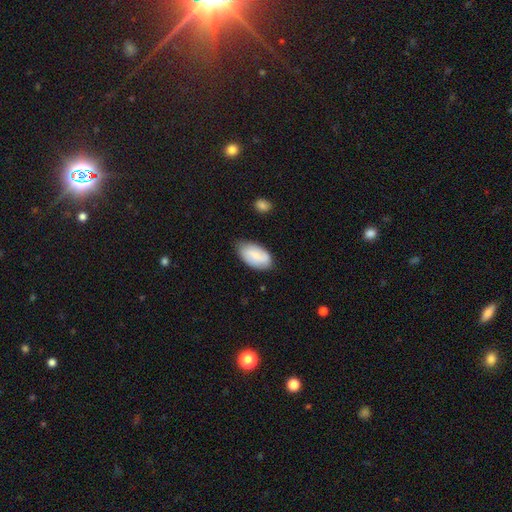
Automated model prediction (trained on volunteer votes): A smooth galaxy with no disk features (70%) that is in between round and cigar-shaped (95%).

Vote fractions:
- Smooth or featured? smooth: 70% / featured or disk: 23% / star or artifact: 6%
- How rounded? in between: 95% / round: 3% / cigar-shaped: 2%
- Merging? none: 73% / minor disturbance: 22% / major disturbance: 4% / merger: 2%